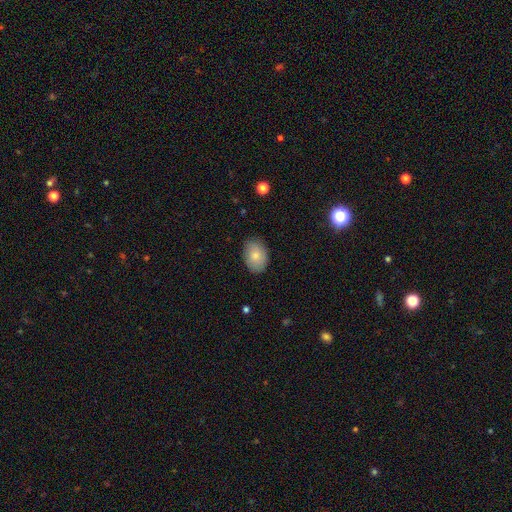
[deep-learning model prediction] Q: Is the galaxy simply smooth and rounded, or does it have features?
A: smooth — 81%.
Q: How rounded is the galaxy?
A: in between — 80%.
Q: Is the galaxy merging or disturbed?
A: none — 86%.